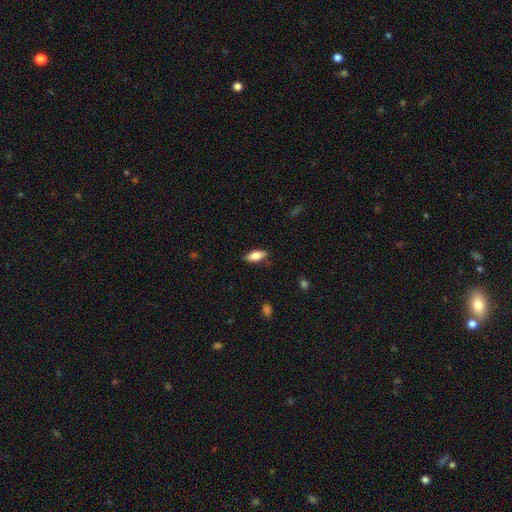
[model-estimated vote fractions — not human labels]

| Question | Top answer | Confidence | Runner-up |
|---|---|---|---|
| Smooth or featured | smooth | 75% | featured or disk (19%) |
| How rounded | in between | 82% | cigar-shaped (15%) |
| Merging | none | 85% | minor disturbance (12%) |